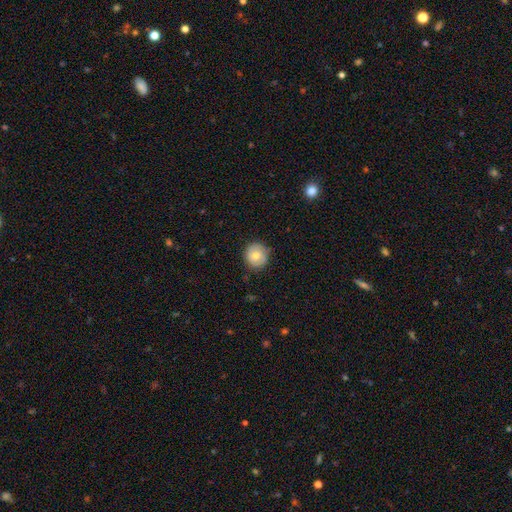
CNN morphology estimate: A smooth galaxy with no disk features (71%) that is round (90%).

Vote fractions:
- Smooth or featured? smooth: 71% / featured or disk: 21% / star or artifact: 8%
- How rounded? round: 90% / in between: 9% / cigar-shaped: 1%
- Merging? none: 80% / minor disturbance: 16% / major disturbance: 3% / merger: 1%